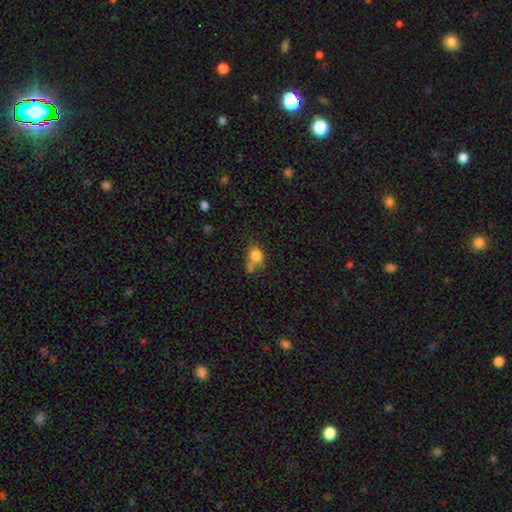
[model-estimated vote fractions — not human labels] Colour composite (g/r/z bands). It shows a smooth galaxy with no disk features (79%) that is in between round and cigar-shaped (53%). Merging: none (36%).